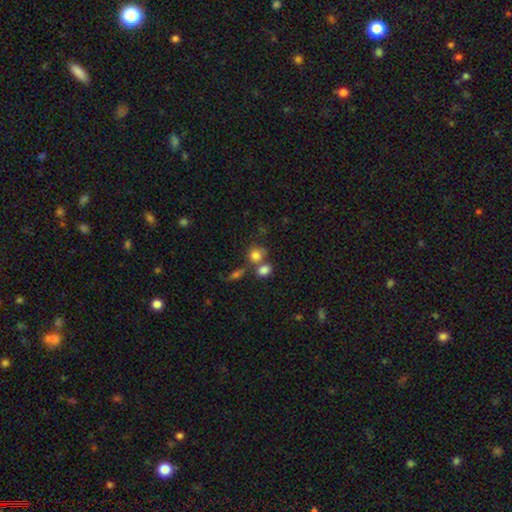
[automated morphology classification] This is likely a smooth galaxy (79%). How rounded: likely round (67%). Merging: possibly none (46%).